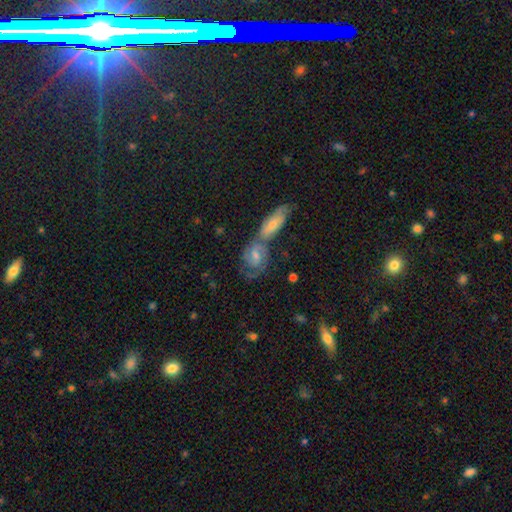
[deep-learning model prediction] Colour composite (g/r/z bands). It shows a featured or disk galaxy (70%) with a weak bar (47%), 2 (64%) tight (45%) spiral arms (92%) and a moderate central bulge (44%, tied with small). Merging: merger (49%).